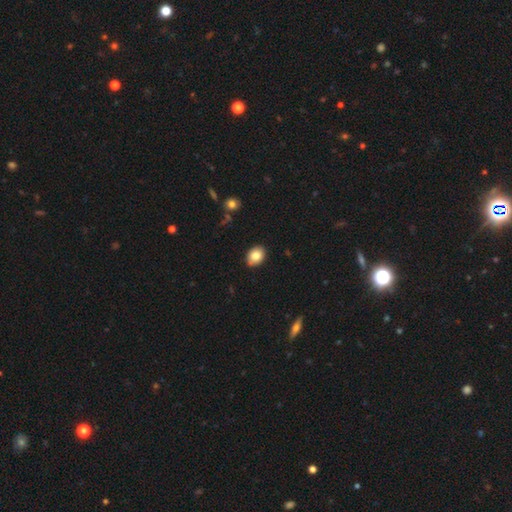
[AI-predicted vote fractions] This appears to be a smooth galaxy with no disk features (83%) that is in between round and cigar-shaped (70%). Merging: none (87%).